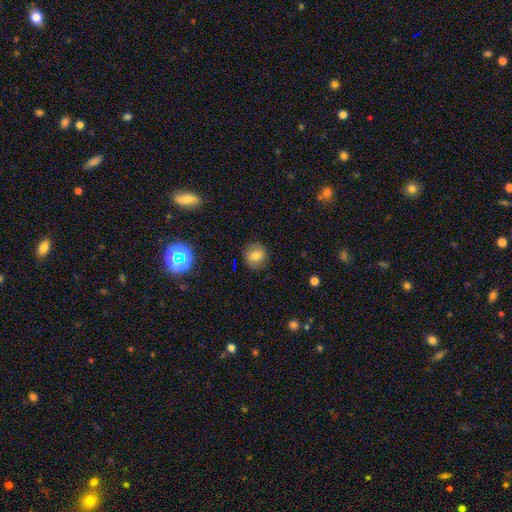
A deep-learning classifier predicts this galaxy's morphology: smooth_or_featured: smooth (p=0.72) [alt: star or artifact p=0.15]
how_rounded: round (p=0.87) [alt: in between p=0.12]
merging: none (p=0.85) [alt: minor disturbance p=0.11]